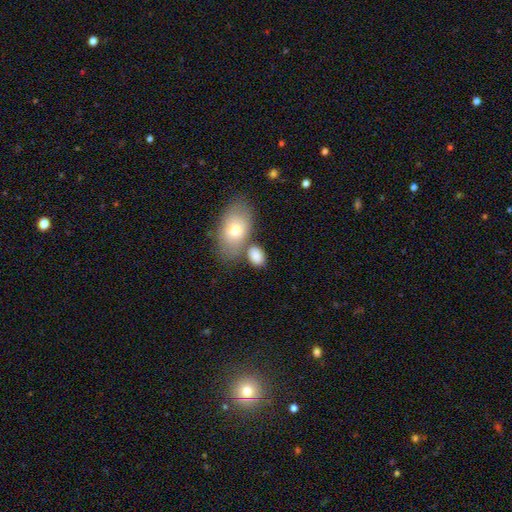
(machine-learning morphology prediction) Smooth or featured: smooth — 80% (featured or disk — 12%)
How rounded: in between — 81% (round — 17%)
Merging: none — 55% (merger — 25%)